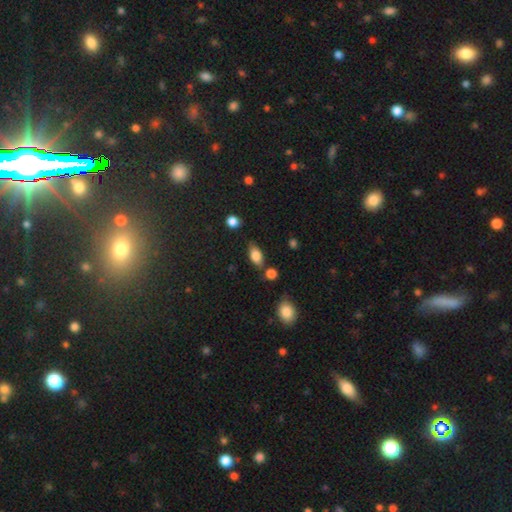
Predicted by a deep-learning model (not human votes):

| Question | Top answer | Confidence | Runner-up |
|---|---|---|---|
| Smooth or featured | smooth | 81% | featured or disk (11%) |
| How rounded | in between | 87% | cigar-shaped (7%) |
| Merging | none | 70% | minor disturbance (19%) |